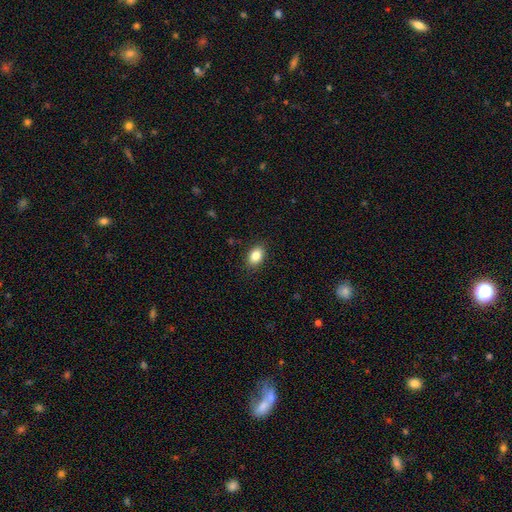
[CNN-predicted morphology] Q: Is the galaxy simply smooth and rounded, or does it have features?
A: smooth — 85%.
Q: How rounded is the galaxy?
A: in between — 83%.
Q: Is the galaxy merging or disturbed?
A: none — 88%.